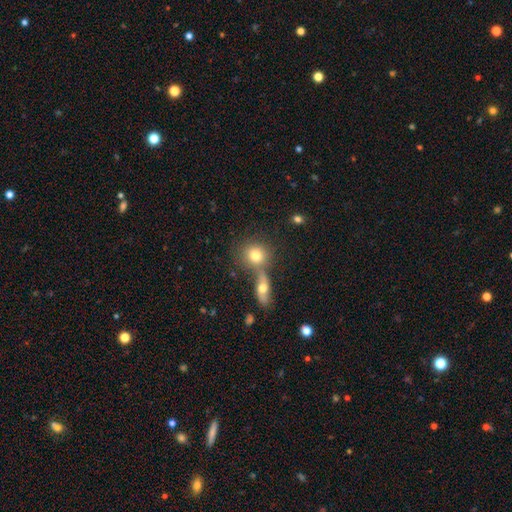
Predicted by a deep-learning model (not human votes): Q: Smooth or featured?
A: smooth (76%); runner-up: featured or disk (14%)
Q: How rounded?
A: round (78%); runner-up: in between (20%)
Q: Merging?
A: none (51%); runner-up: merger (36%)